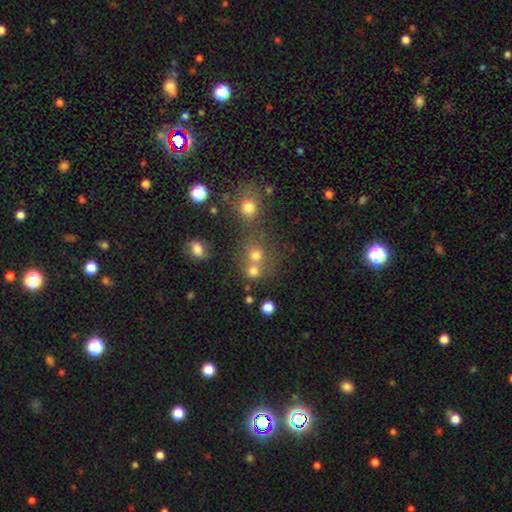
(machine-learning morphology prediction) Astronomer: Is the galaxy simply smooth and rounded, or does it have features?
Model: smooth — 72%.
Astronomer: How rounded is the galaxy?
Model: round — 85%.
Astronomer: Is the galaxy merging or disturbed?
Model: none — 53% (runner-up: merger, 34%).